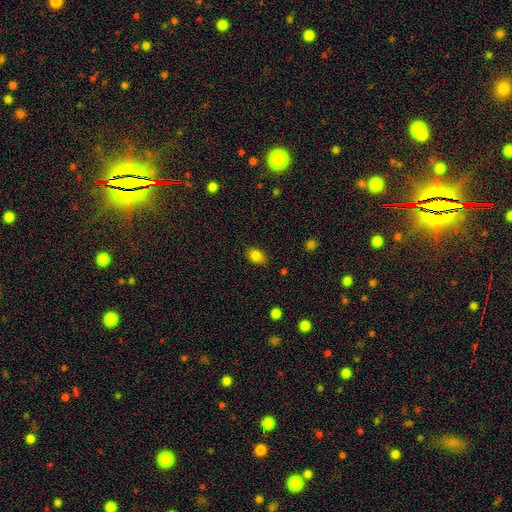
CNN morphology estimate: A smooth galaxy with no disk features (83%) that is in between round and cigar-shaped (76%).

Vote fractions:
- Smooth or featured? smooth: 83% / star or artifact: 10% / featured or disk: 7%
- How rounded? in between: 76% / round: 23% / cigar-shaped: 1%
- Merging? none: 84% / minor disturbance: 12% / major disturbance: 3% / merger: 1%